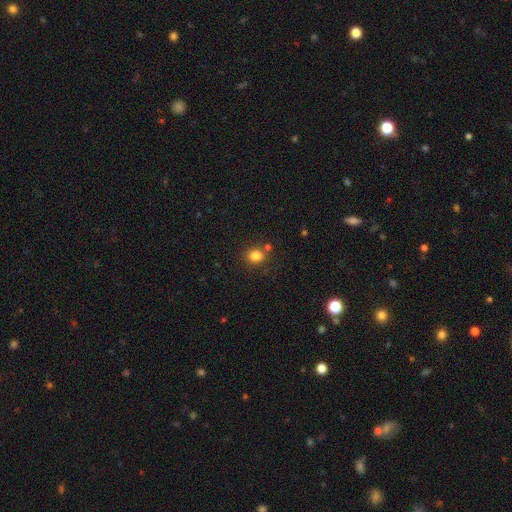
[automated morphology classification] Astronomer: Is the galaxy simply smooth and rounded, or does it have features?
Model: smooth — 82%.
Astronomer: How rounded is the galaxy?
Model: round — 76%.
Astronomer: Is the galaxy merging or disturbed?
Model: none — 76%.